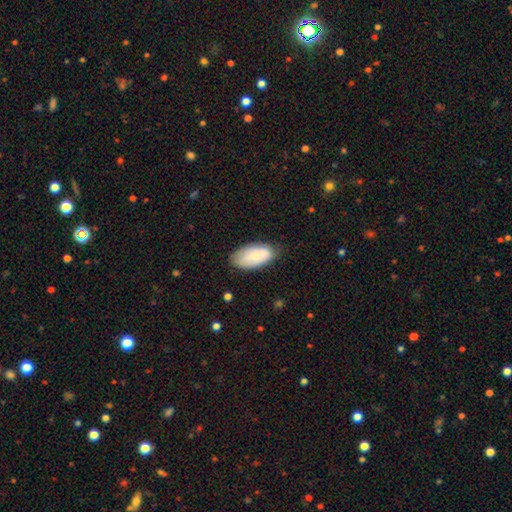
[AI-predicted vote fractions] smooth_or_featured: smooth (p=0.70) [alt: featured or disk p=0.23]
how_rounded: in between (p=0.94) [alt: cigar-shaped p=0.03]
merging: none (p=0.71) [alt: minor disturbance p=0.23]